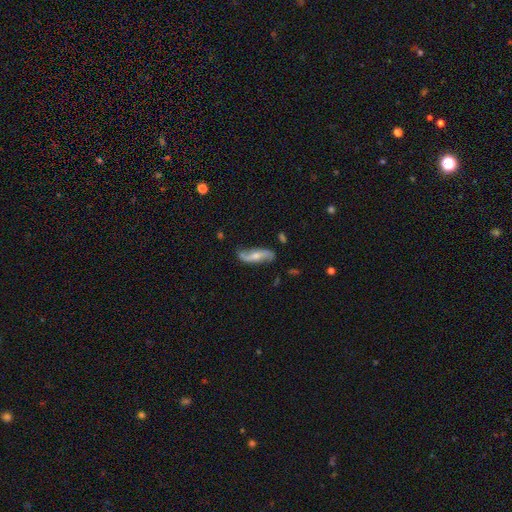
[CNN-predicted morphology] smooth-or-featured: featured or disk: 74% | smooth: 20% | star or artifact: 6%
  disk-edge-on: no: 84% | yes: 16%
    bar: no: 47% | weak: 33% | strong: 20%
    has-spiral-arms: yes: 93% | no: 7%
      spiral-winding: loose: 82% | medium: 13% | tight: 5%
      spiral-arm-count: 2: 91% | can't tell: 3% | 1: 2% | 3: 1% | 4: 1% | more than 4: 1%
    bulge-size: moderate: 50% | small: 40% | none: 5% | large: 4% | dominant: 1%
  merging: none: 74% | minor disturbance: 18% | major disturbance: 5% | merger: 3%